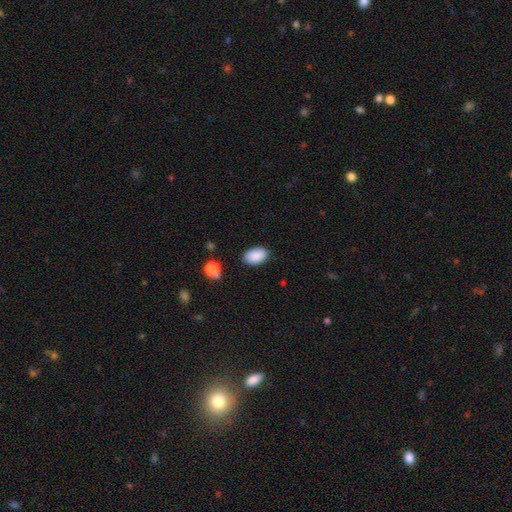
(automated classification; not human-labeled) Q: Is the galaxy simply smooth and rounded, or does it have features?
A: smooth — 89%.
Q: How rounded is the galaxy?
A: in between — 89%.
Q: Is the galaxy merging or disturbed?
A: none — 85%.